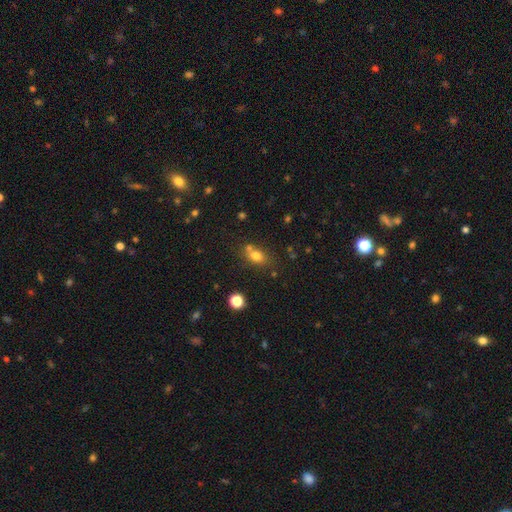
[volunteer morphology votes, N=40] This appears to be a smooth galaxy with no disk features (85%) that is in between round and cigar-shaped (56%). Merging: none (53%).